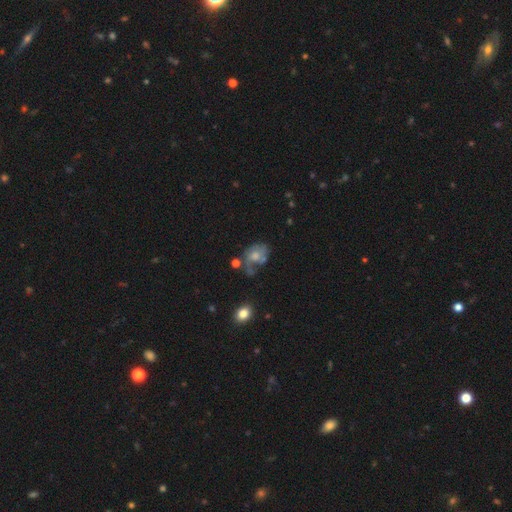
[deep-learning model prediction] A featured or disk galaxy (53%) with no bar (79%), spiral arms (59%) and a moderate central bulge (49%).

Vote fractions:
- Smooth or featured? featured or disk: 53% / smooth: 37% / star or artifact: 10%
- Edge-on disk? no: 97% / yes: 3%
- Bar? no: 79% / weak: 18% / strong: 3%
- Spiral arms? yes: 59% / no: 41%
- Bulge size? moderate: 49% / small: 25% / none: 12% / large: 11% / dominant: 2%
- Merging? none: 35% / major disturbance: 29% / minor disturbance: 25% / merger: 12%